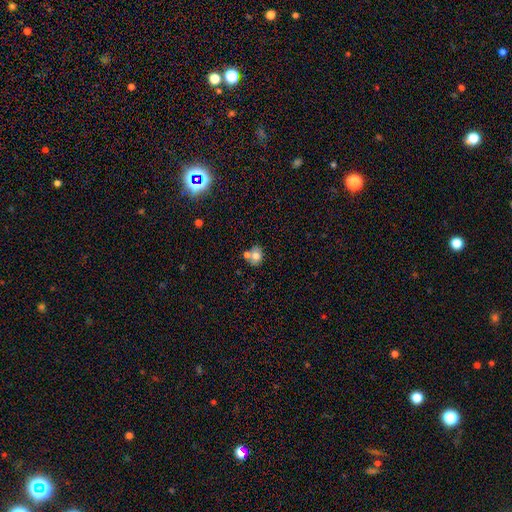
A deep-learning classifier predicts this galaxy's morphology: smooth-or-featured: smooth: 72% | featured or disk: 17% | star or artifact: 12%
  how-rounded: round: 66% | in between: 33% | cigar-shaped: 1%
  merging: none: 50% | merger: 33% | minor disturbance: 12% | major disturbance: 4%